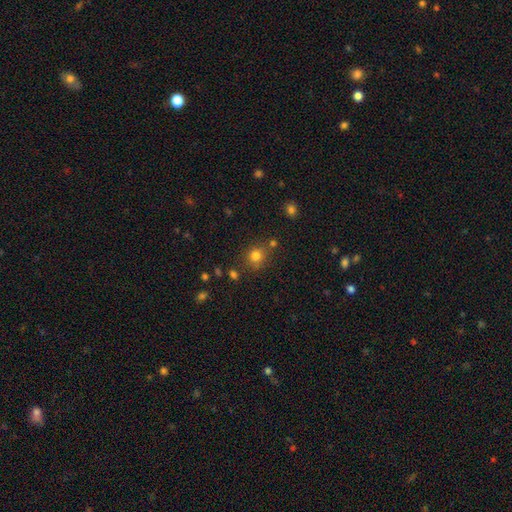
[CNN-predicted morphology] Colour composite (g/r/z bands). It shows a smooth galaxy with no disk features (79%) that is round (85%). Merging: none (74%).